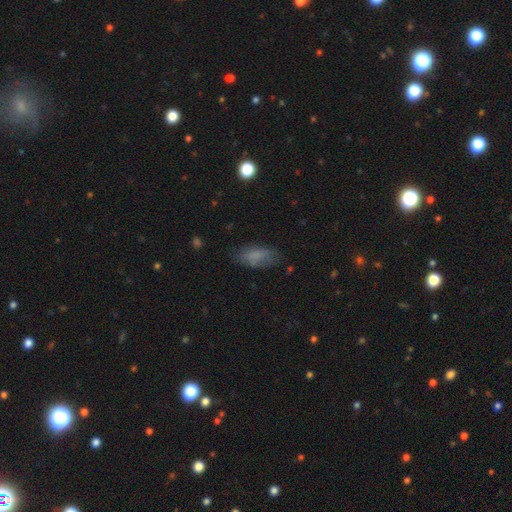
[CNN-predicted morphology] Smooth or featured? Predicted: smooth (p=0.78). How rounded? Predicted: in between (p=0.86). Merging? Predicted: none (p=0.67).